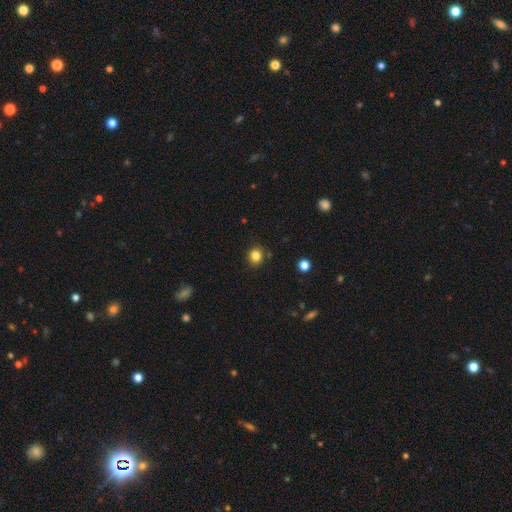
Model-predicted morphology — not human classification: smooth 83%, star or artifact 12%, featured or disk 5%. Down the decision tree: how rounded — round (85%); merging — none (87%).